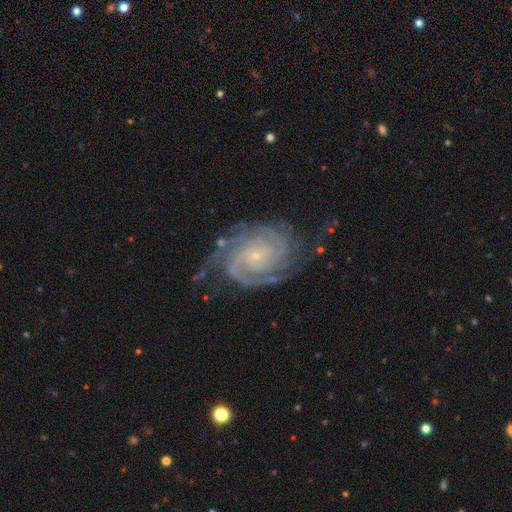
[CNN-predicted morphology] smooth_or_featured: featured or disk (p=0.91) [alt: star or artifact p=0.05]
disk_edge_on: no (p=0.98) [alt: yes p=0.02]
bar: no (p=0.76) [alt: weak p=0.18]
has_spiral_arms: yes (p=0.99) [alt: no p=0.01]
spiral_winding: tight (p=0.75) [alt: medium p=0.22]
spiral_arm_count: 2 (p=0.33) [alt: 3 p=0.23]
bulge_size: small (p=0.86) [alt: moderate p=0.09]
merging: none (p=0.71) [alt: minor disturbance p=0.19]